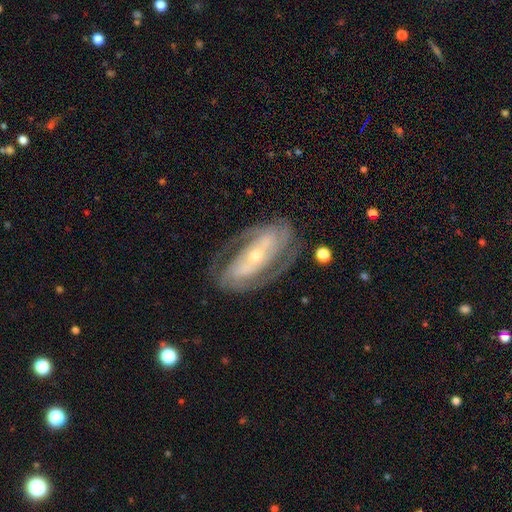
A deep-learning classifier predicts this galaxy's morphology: smooth-or-featured: featured or disk: 86% | smooth: 8% | star or artifact: 5%
  disk-edge-on: no: 93% | yes: 7%
    bar: strong: 56% | weak: 23% | no: 21%
    has-spiral-arms: yes: 92% | no: 8%
      spiral-winding: tight: 50% | medium: 38% | loose: 12%
      spiral-arm-count: 2: 78% | can't tell: 10% | 3: 6% | 1: 2% | 4: 2% | more than 4: 2%
    bulge-size: small: 60% | moderate: 36% | large: 2% | none: 1% | dominant: 1%
  merging: none: 76% | minor disturbance: 14% | major disturbance: 8% | merger: 1%